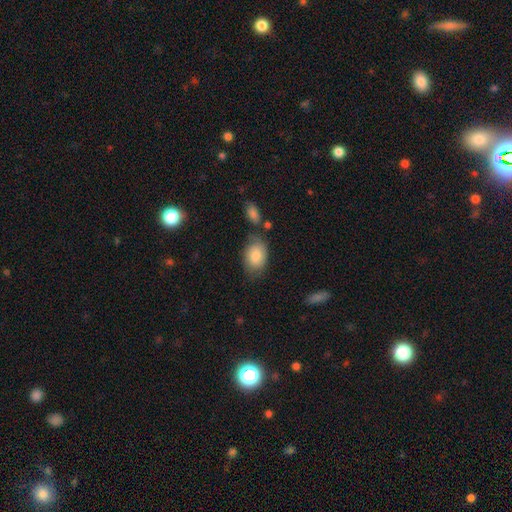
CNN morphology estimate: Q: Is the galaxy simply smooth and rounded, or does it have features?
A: smooth — 78%.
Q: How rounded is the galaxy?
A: in between — 83%.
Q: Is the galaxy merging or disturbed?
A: none — 63%.